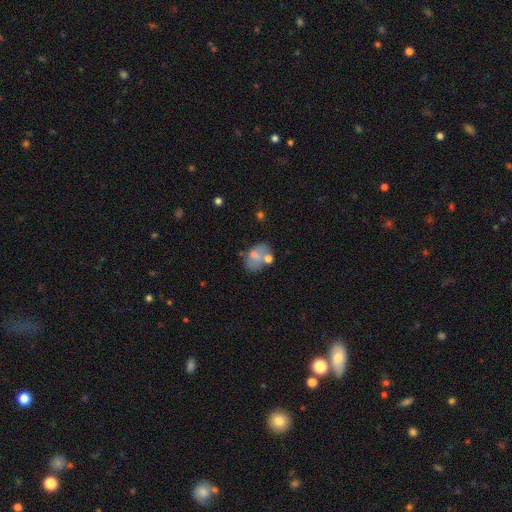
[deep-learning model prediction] Overall: smooth (59%; featured or disk 30%). How rounded: in between (76%). Merging: none (50%; merger 23%).